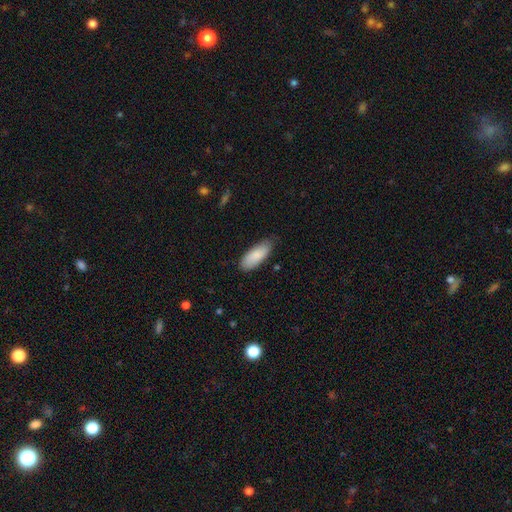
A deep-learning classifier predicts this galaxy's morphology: Q: Smooth or featured?
A: smooth (87%); runner-up: featured or disk (7%)
Q: How rounded?
A: in between (79%); runner-up: cigar-shaped (19%)
Q: Merging?
A: none (74%); runner-up: minor disturbance (21%)